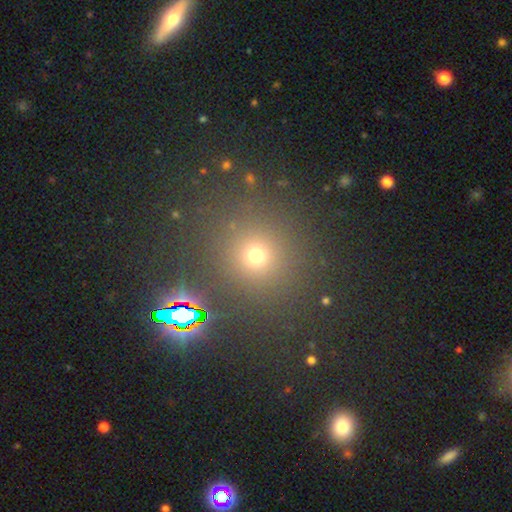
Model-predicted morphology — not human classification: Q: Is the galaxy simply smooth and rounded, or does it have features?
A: smooth — 63%.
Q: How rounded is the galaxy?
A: round — 91%.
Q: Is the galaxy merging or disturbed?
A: none — 86%.